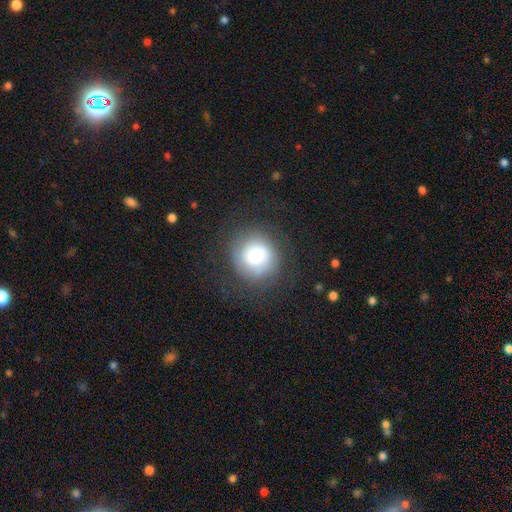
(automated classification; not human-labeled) This is possibly a smooth galaxy (57%). How rounded: clearly round (90%). Merging: likely none (77%).